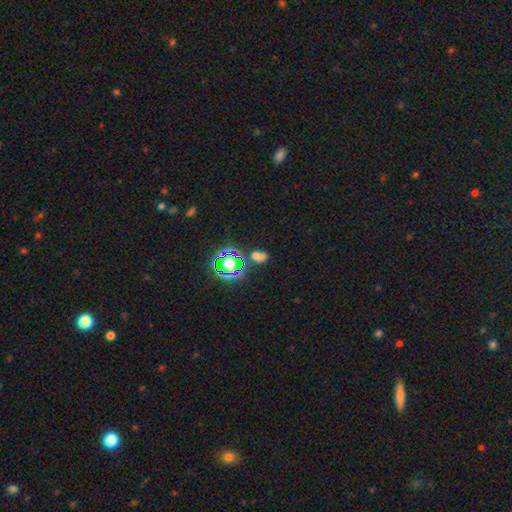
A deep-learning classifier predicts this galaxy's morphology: type=smooth (46%); merging=none (56%).